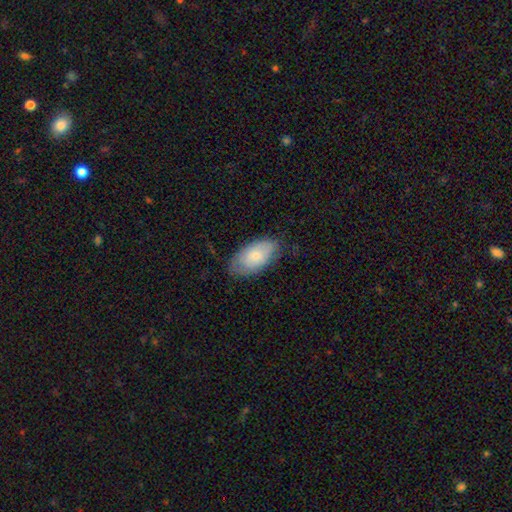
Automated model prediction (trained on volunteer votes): A smooth galaxy with no disk features (66%) that is in between round and cigar-shaped (94%). Merging: none (70%).